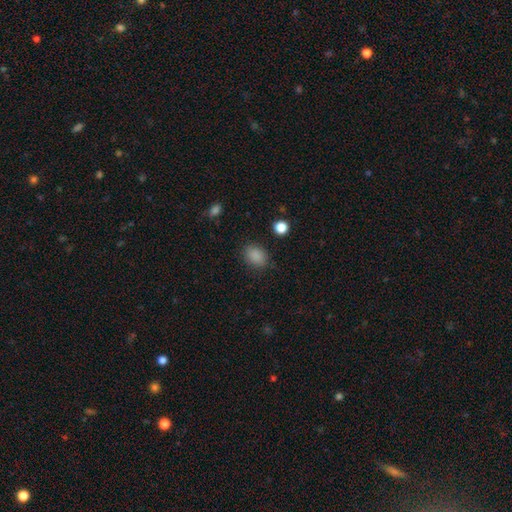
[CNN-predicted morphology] Smooth or featured?
  - smooth: 86% *
  - star or artifact: 11%
  - featured or disk: 3%
How rounded?
  - in between: 63% *
  - round: 35%
  - cigar-shaped: 1%
Merging?
  - none: 84% *
  - minor disturbance: 11%
  - major disturbance: 4%
  - merger: 1%